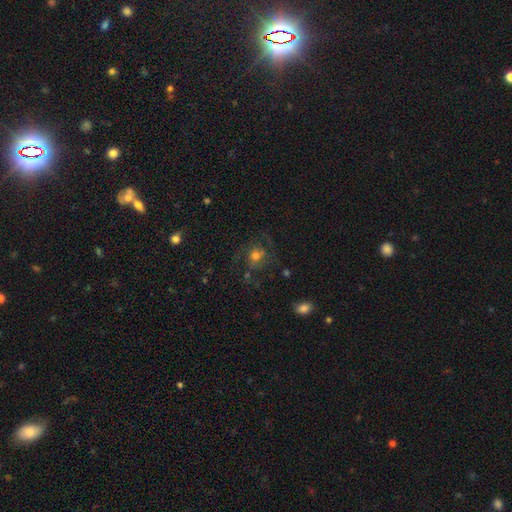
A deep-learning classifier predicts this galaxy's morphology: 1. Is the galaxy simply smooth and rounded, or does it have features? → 52% smooth, 32% featured or disk, 17% star or artifact.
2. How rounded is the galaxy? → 74% round, 25% in between, 1% cigar-shaped.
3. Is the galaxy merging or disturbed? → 59% none, 19% minor disturbance, 18% major disturbance, 3% merger.